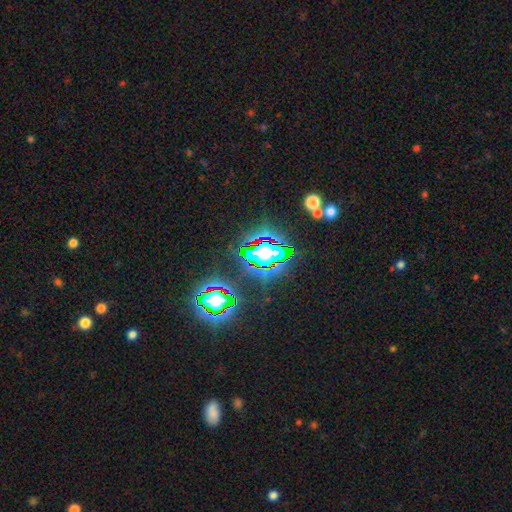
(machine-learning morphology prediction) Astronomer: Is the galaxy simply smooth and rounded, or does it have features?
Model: star or artifact — 79%.